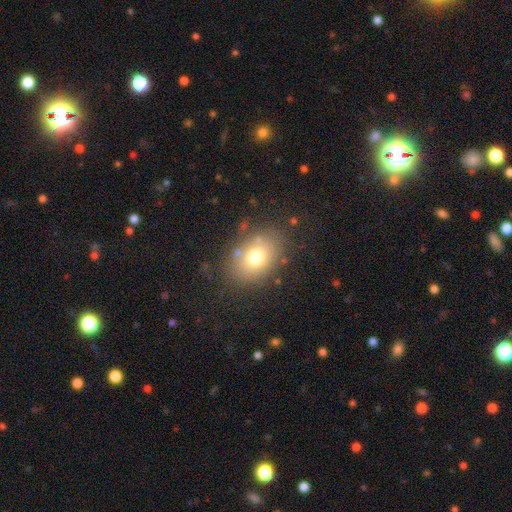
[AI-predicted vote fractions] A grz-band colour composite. It shows a smooth galaxy with no disk features (69%) that is in between round and cigar-shaped (67%). Merging: none (82%).